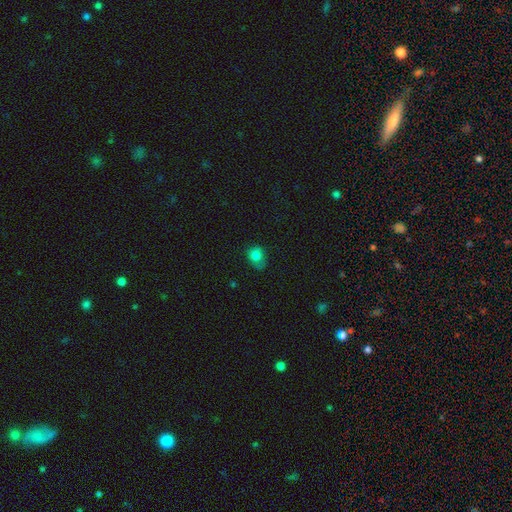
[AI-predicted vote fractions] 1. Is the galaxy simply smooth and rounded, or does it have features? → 78% smooth, 11% featured or disk, 11% star or artifact.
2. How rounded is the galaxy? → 50% round, 49% in between, 1% cigar-shaped.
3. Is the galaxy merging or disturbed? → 54% none, 32% minor disturbance, 12% major disturbance, 2% merger.